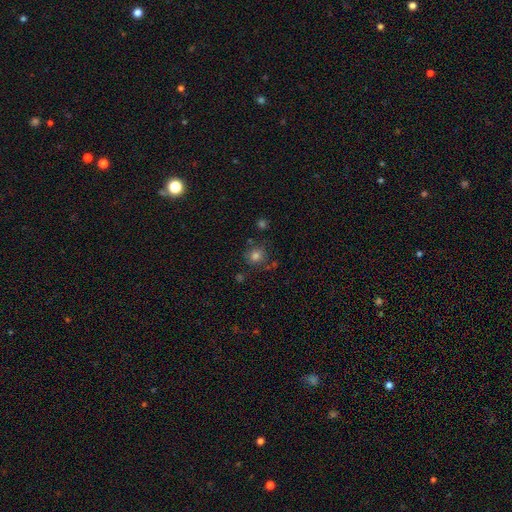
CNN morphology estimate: Smooth or featured: smooth — 78% (star or artifact — 14%)
How rounded: round — 88% (in between — 11%)
Merging: none — 76% (minor disturbance — 13%)